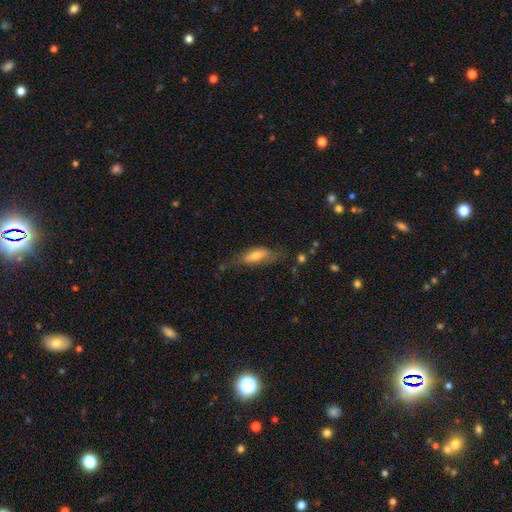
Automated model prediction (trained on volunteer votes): A smooth galaxy with no disk features (59%) that is in between round and cigar-shaped (62%). Merging: none (58%).